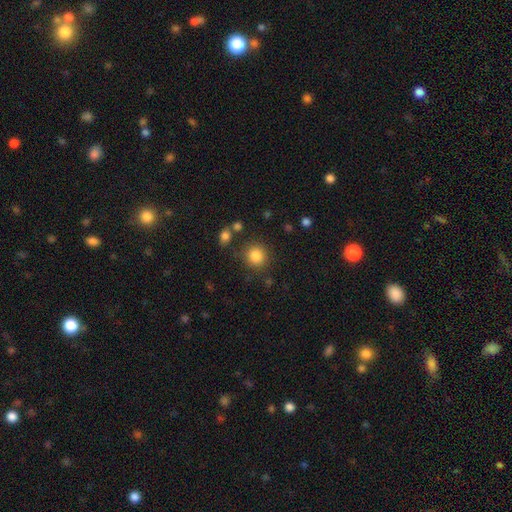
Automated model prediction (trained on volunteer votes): A smooth galaxy with no disk features (85%) that is round (90%). Merging: none (82%).